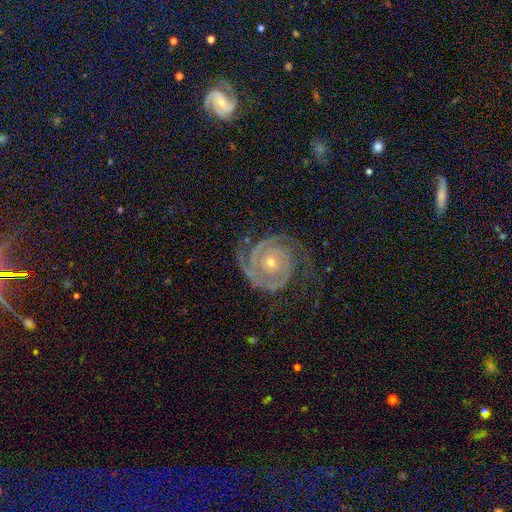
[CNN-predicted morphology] Smooth or featured? Predicted: featured or disk (p=0.91). Edge-on disk? Predicted: no (p=0.98). Bar? Predicted: no (p=0.78). Spiral arms? Predicted: yes (p=0.98). Spiral winding? Predicted: tight (p=0.80). Spiral arm count? Predicted: 2 (p=0.66). Bulge size? Predicted: small (p=0.60). Merging? Predicted: none (p=0.74).